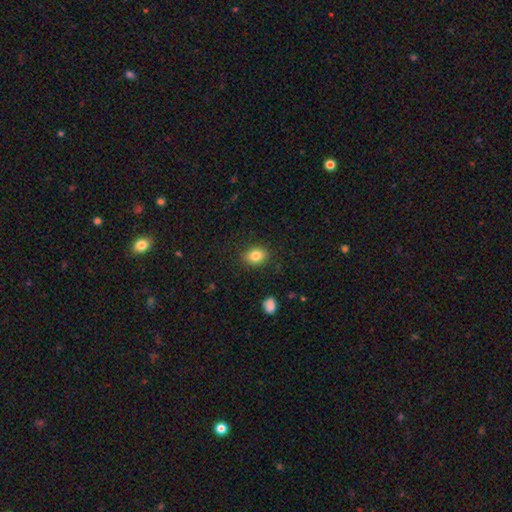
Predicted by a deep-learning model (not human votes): Overall: smooth (84%). How rounded: in between (60%; round 39%). Merging: none (86%).